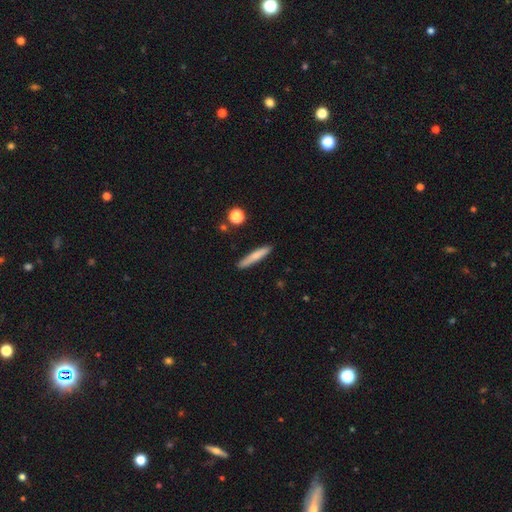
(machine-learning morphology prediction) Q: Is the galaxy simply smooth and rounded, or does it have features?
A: smooth — 72%.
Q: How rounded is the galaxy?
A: cigar-shaped — 91%.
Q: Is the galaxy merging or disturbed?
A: none — 89%.